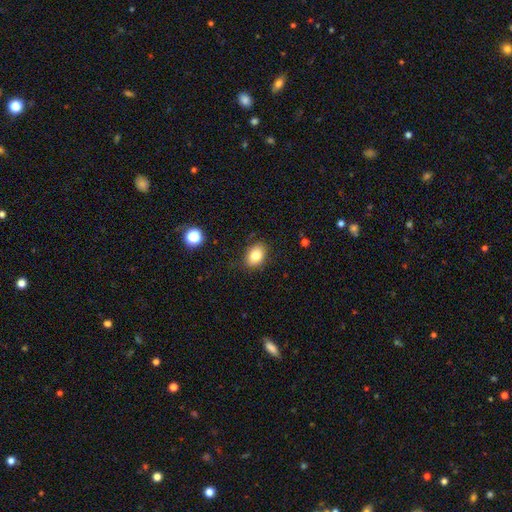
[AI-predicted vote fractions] smooth-or-featured: smooth: 81% | star or artifact: 10% | featured or disk: 9%
  how-rounded: in between: 68% | round: 31% | cigar-shaped: 1%
  merging: none: 84% | minor disturbance: 12% | major disturbance: 3% | merger: 1%